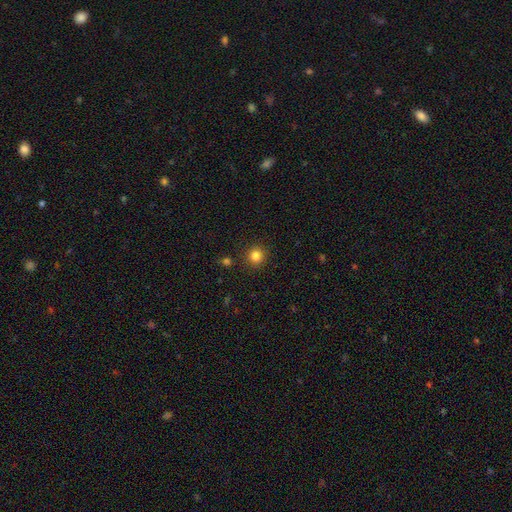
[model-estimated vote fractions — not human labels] This is clearly a smooth galaxy (83%). How rounded: clearly round (92%). Merging: clearly none (90%).